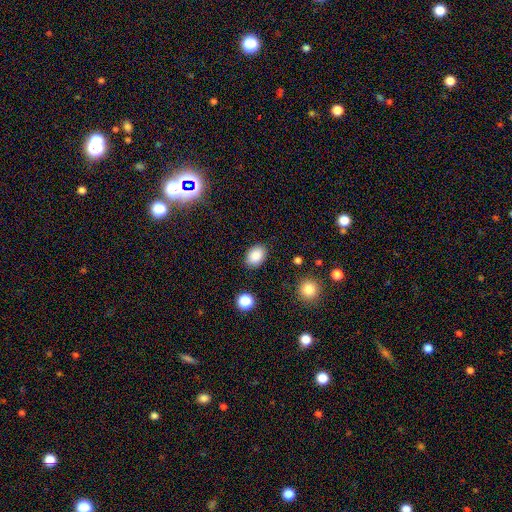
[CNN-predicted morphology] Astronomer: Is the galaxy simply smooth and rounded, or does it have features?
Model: smooth — 88%.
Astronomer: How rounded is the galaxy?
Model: in between — 81%.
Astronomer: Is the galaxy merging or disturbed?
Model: none — 86%.